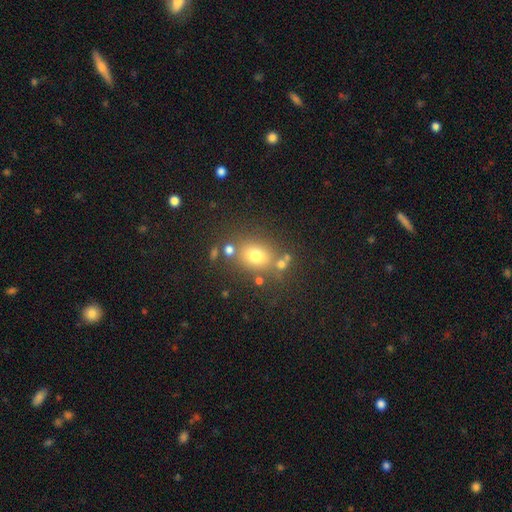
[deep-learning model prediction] smooth_or_featured: smooth (p=0.71) [alt: star or artifact p=0.17]
how_rounded: round (p=0.60) [alt: in between p=0.39]
merging: none (p=0.70) [alt: merger p=0.13]